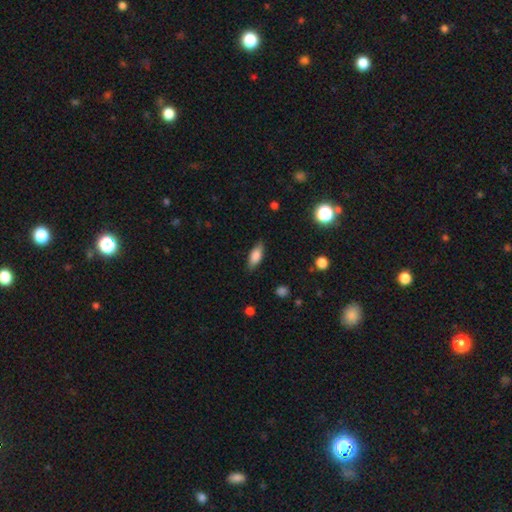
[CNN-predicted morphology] Q: Smooth or featured?
A: smooth (78%); runner-up: featured or disk (15%)
Q: How rounded?
A: in between (72%); runner-up: cigar-shaped (25%)
Q: Merging?
A: none (84%); runner-up: minor disturbance (12%)